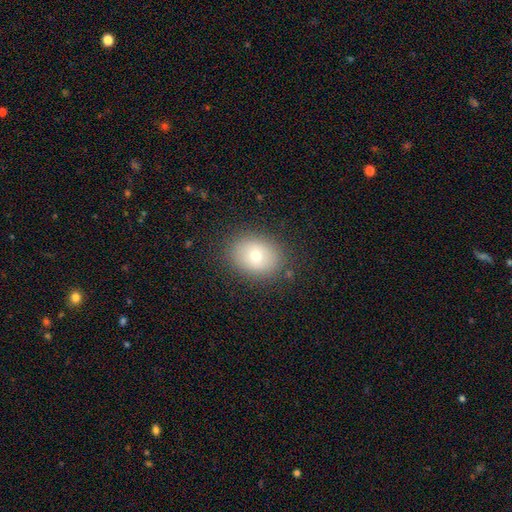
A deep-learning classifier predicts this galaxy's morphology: This appears to be a smooth galaxy with no disk features (73%) that is in between round and cigar-shaped (54%). Merging: none (86%).